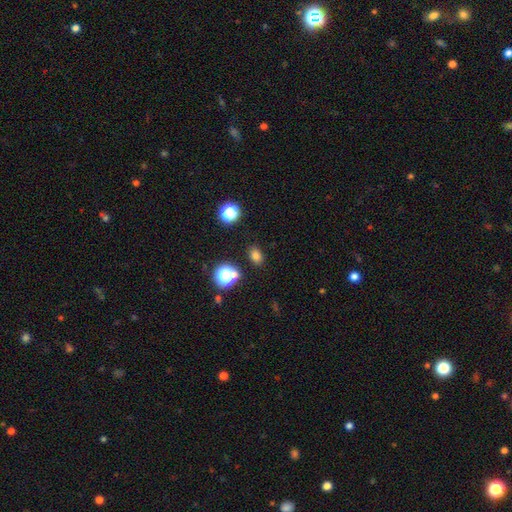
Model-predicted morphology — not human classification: Smooth or featured? Predicted: smooth (p=0.76). How rounded? Predicted: in between (p=0.69). Merging? Predicted: none (p=0.84).